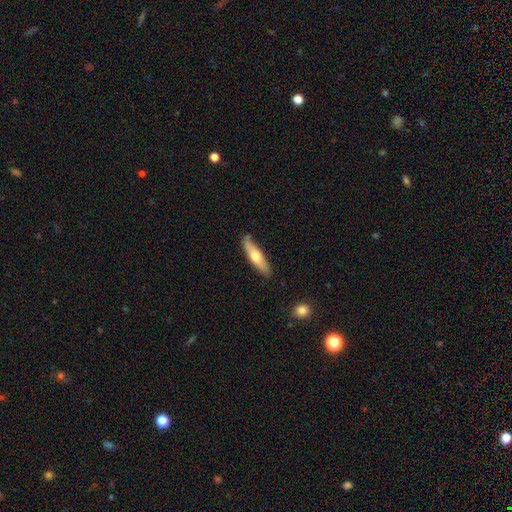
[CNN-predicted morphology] This appears to be a smooth galaxy with no disk features (53%) that is cigar-shaped (72%). Merging: none (83%).